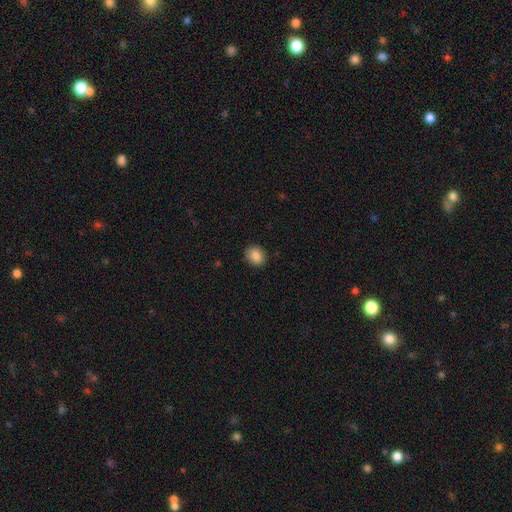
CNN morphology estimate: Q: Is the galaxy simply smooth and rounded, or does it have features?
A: smooth — 86%.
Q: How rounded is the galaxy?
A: round — 51%.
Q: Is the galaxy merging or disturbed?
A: none — 87%.